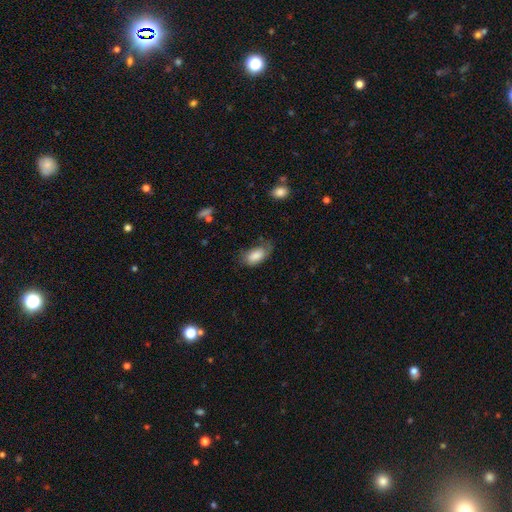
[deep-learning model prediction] Smooth or featured? Predicted: smooth (p=0.81). How rounded? Predicted: in between (p=0.93). Merging? Predicted: none (p=0.49).